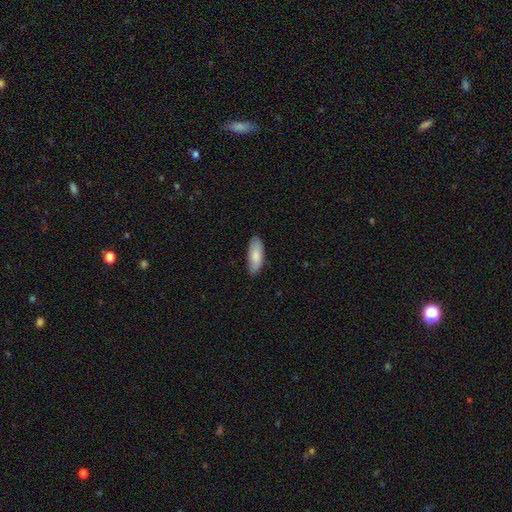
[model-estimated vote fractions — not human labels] Overall: smooth (83%). How rounded: in between (73%). Merging: none (81%).